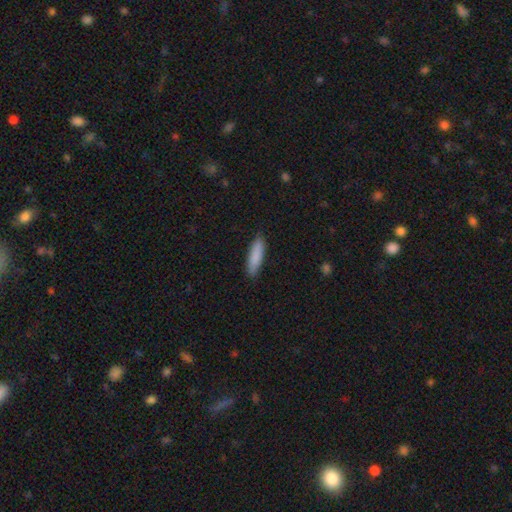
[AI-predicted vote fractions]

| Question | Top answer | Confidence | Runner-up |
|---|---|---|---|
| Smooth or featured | smooth | 87% | featured or disk (7%) |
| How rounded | cigar-shaped | 71% | in between (28%) |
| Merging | none | 88% | minor disturbance (9%) |